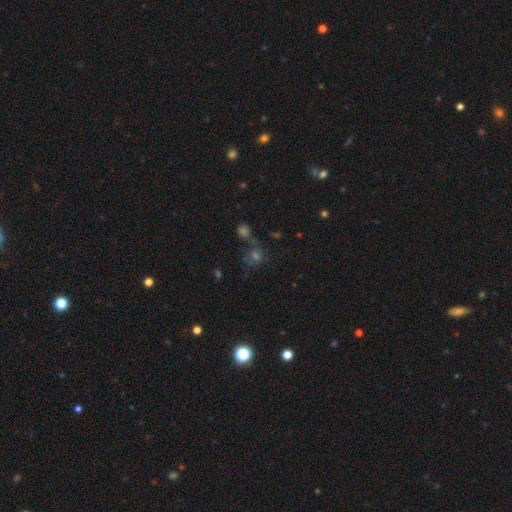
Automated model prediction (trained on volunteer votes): smooth 42%, star or artifact 38%, featured or disk 19%. Down the decision tree: merging — none (55%).